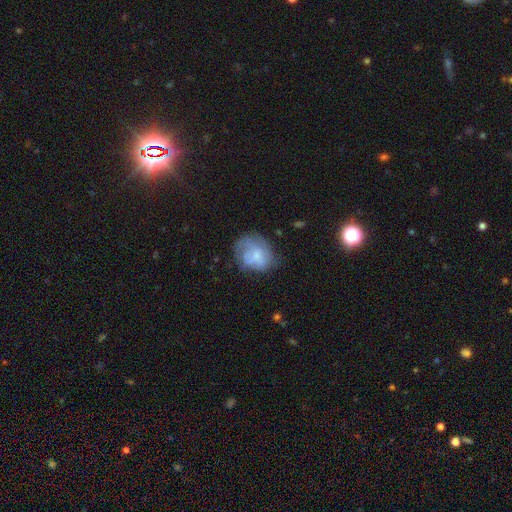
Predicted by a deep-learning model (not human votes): smooth 49%, featured or disk 43%, star or artifact 9%. Down the decision tree: merging — none (50%).